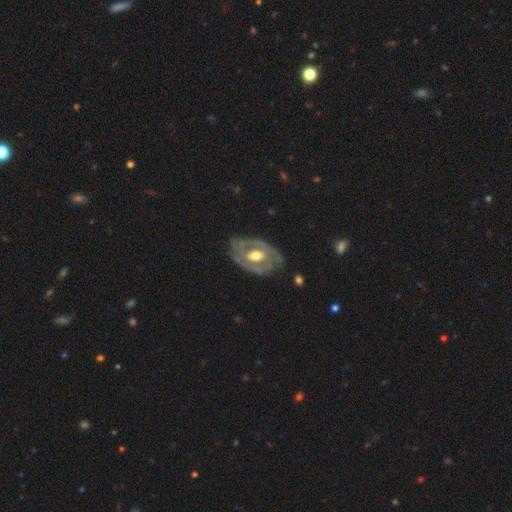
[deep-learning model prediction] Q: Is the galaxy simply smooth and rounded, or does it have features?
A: featured or disk — 80%.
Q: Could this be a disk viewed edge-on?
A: no — 95%.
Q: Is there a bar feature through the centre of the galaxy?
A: no — 45%.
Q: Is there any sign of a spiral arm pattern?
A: yes — 68%.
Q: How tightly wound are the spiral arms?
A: tight — 57%.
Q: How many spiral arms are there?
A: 2 — 57%.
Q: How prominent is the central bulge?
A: moderate — 71%.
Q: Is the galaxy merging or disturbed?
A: none — 70%.